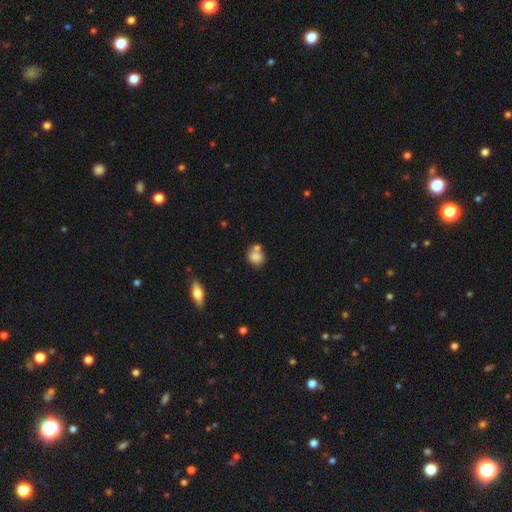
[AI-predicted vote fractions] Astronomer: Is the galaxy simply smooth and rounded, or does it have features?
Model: smooth — 81%.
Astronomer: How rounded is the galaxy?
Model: round — 60% (runner-up: in between, 38%).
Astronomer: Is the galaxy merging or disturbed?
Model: none — 50% (runner-up: merger, 32%).